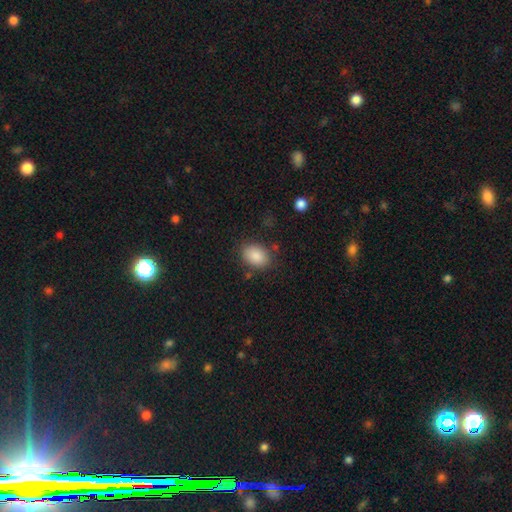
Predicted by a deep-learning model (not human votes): Q: Smooth or featured?
A: smooth (88%); runner-up: star or artifact (8%)
Q: How rounded?
A: in between (73%); runner-up: round (26%)
Q: Merging?
A: none (80%); runner-up: minor disturbance (13%)